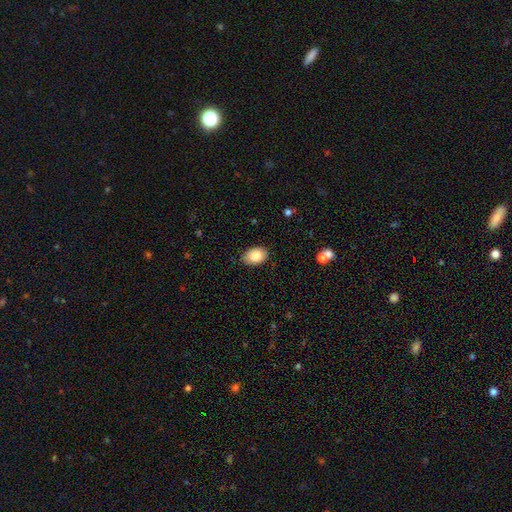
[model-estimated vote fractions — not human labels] Morphology: type=smooth (88%); roundness=in between (84%); merging=none (80%).